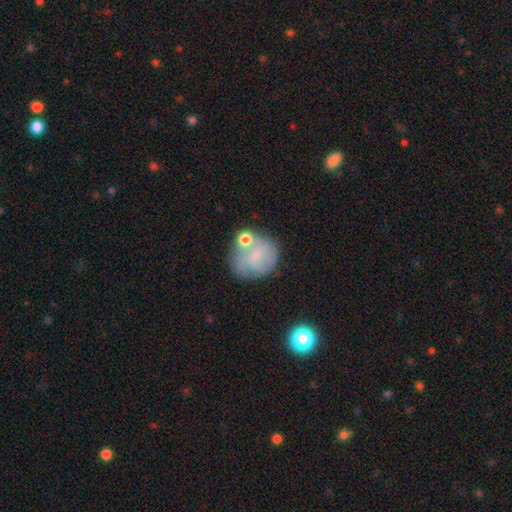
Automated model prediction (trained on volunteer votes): The model was most divided on "smooth or featured": smooth: 58%, featured or disk: 32%, star or artifact: 10%. More confident: how rounded — round (76%); merging — none (50%).